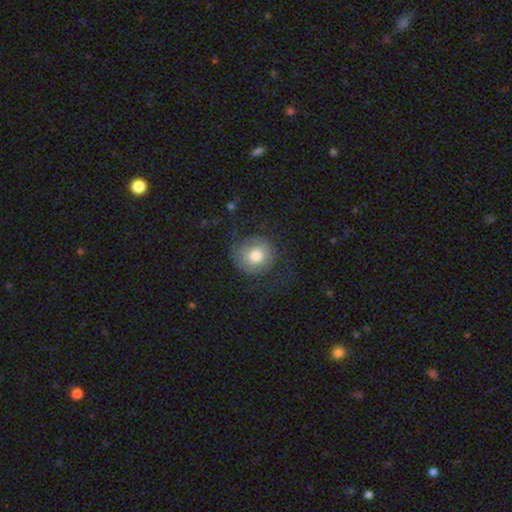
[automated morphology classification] Smooth or featured? smooth (59%)
How rounded? round (90%)
Merging? none (60%)